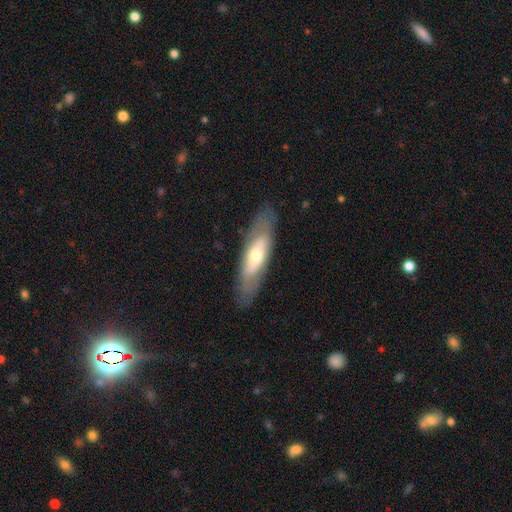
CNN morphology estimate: Q: Smooth or featured?
A: featured or disk (51%); runner-up: smooth (42%)
Q: Edge-on disk?
A: no (61%); runner-up: yes (39%)
Q: Merging?
A: none (83%); runner-up: minor disturbance (12%)